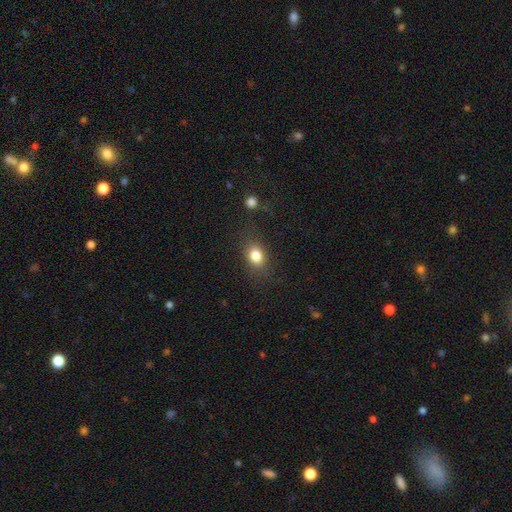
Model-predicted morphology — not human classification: A smooth galaxy with no disk features (81%) that is in between round and cigar-shaped (63%).

Vote fractions:
- Smooth or featured? smooth: 81% / star or artifact: 11% / featured or disk: 8%
- How rounded? in between: 63% / round: 35% / cigar-shaped: 2%
- Merging? none: 78% / minor disturbance: 14% / major disturbance: 6% / merger: 2%